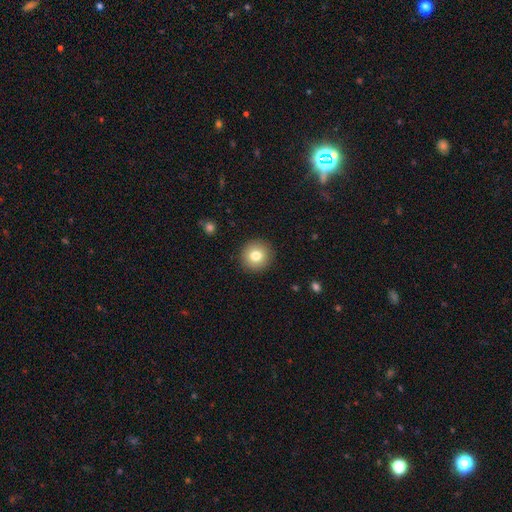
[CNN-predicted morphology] smooth 79%, featured or disk 11%, star or artifact 10%. Down the decision tree: how rounded — round (94%); merging — none (91%).